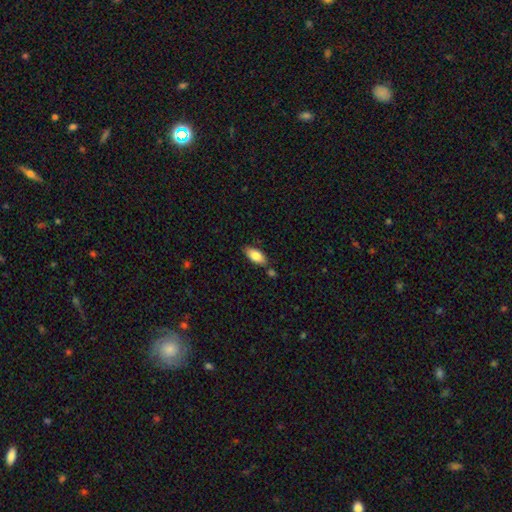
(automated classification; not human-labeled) Overall: smooth (84%). How rounded: in between (89%). Merging: none (75%).